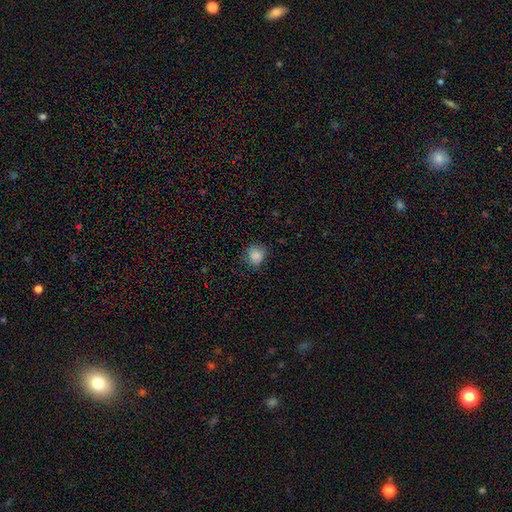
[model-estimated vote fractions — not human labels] Smooth or featured: smooth — 86% (star or artifact — 10%)
How rounded: round — 79% (in between — 21%)
Merging: none — 76% (minor disturbance — 18%)